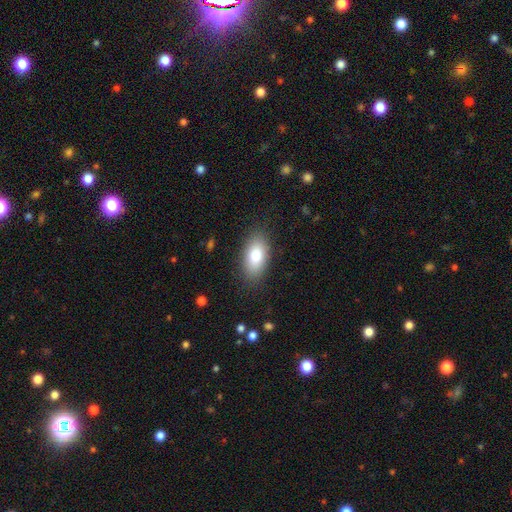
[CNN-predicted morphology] Smooth or featured: smooth — 79% (featured or disk — 13%)
How rounded: in between — 91% (round — 4%)
Merging: none — 86% (minor disturbance — 10%)